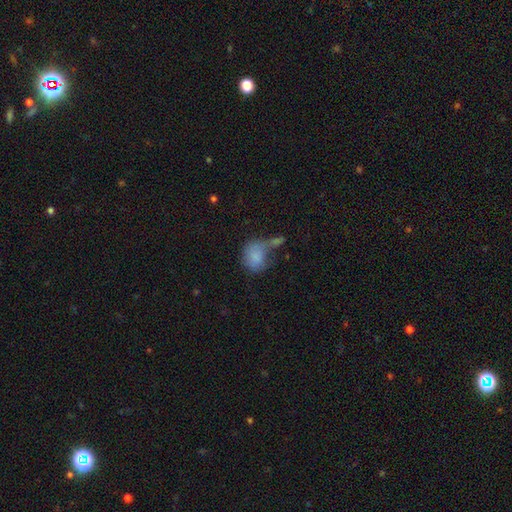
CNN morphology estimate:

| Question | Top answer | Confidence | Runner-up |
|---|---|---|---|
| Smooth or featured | smooth | 80% | featured or disk (11%) |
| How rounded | round | 53% | in between (46%) |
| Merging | none | 32% | tied: merger (32%) |